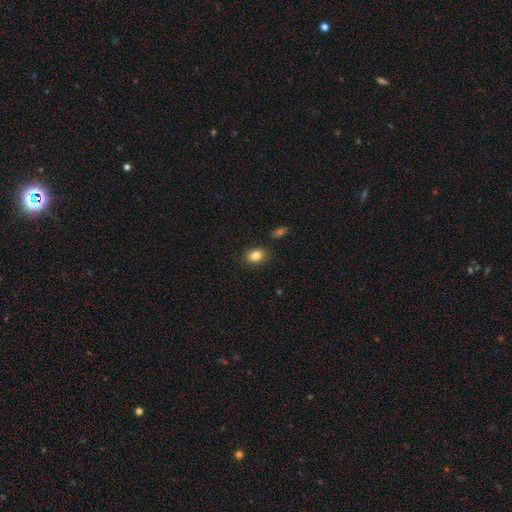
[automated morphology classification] The model was most divided on "how rounded": in between: 69%, round: 30%, cigar-shaped: 1%. More confident: merging — none (86%); smooth or featured — smooth (83%).